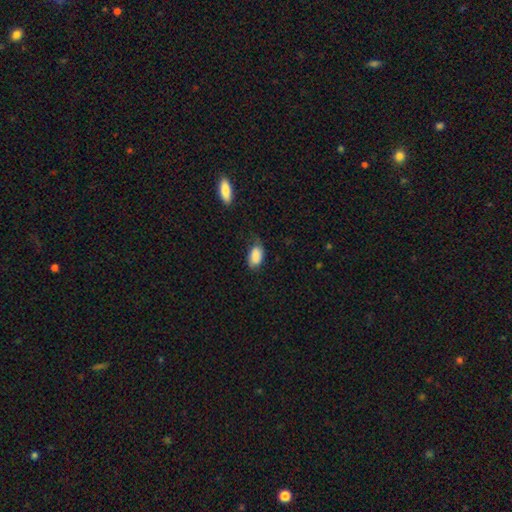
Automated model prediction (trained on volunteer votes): This appears to be a smooth galaxy with no disk features (86%) that is in between round and cigar-shaped (92%). Merging: none (55%).